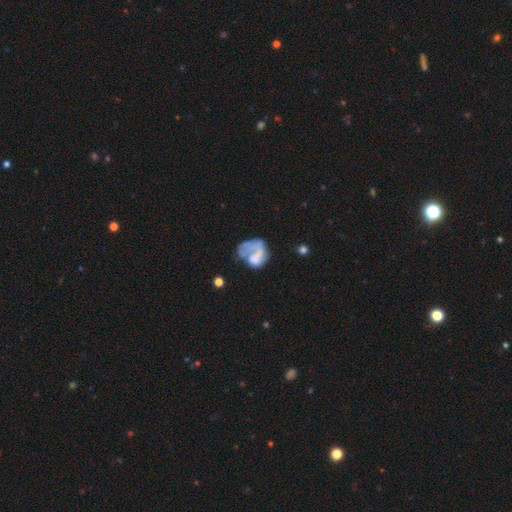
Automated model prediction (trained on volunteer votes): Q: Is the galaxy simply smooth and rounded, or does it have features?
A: featured or disk — 51%.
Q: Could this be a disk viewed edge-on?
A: no — 98%.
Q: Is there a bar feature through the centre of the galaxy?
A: no — 79%.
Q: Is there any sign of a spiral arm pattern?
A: no — 65%.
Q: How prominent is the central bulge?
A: none — 65%.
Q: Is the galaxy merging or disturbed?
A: major disturbance — 44%.